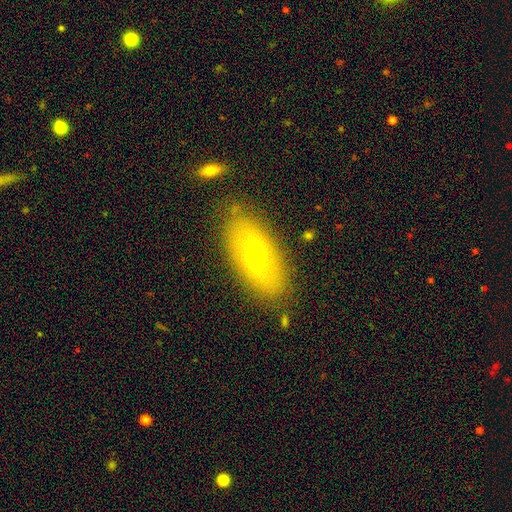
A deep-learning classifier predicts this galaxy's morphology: A featured or disk galaxy (51%).

Vote fractions:
- Smooth or featured? featured or disk: 51% / smooth: 40% / star or artifact: 9%
- Edge-on disk? no: 84% / yes: 16%
- Merging? none: 83% / minor disturbance: 12% / major disturbance: 3% / merger: 2%